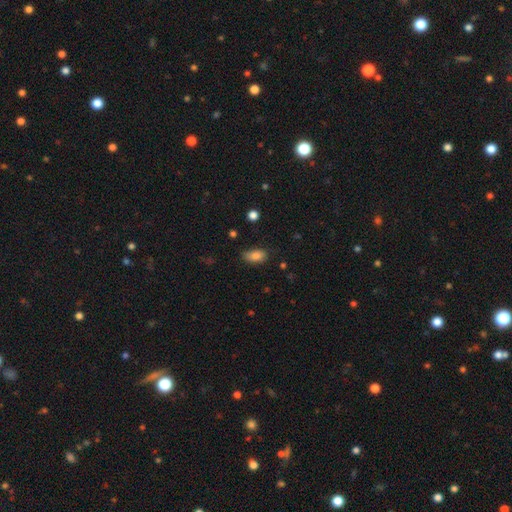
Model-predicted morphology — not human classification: Smooth or featured?
  - smooth: 84% *
  - star or artifact: 8%
  - featured or disk: 7%
How rounded?
  - in between: 91% *
  - round: 5%
  - cigar-shaped: 3%
Merging?
  - none: 69% *
  - minor disturbance: 24%
  - major disturbance: 5%
  - merger: 2%